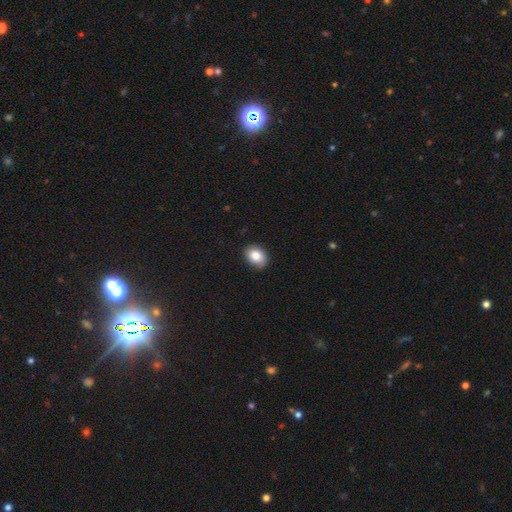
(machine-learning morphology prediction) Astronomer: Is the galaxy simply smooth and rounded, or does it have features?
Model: smooth — 84%.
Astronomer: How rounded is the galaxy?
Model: in between — 64%.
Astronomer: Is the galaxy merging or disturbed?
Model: none — 79%.